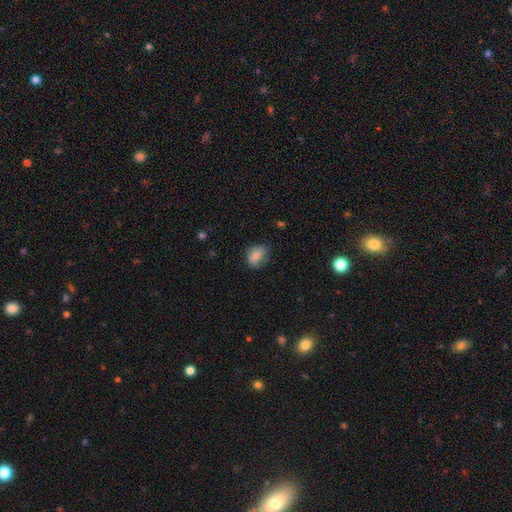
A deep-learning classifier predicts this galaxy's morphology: smooth-or-featured: smooth: 79% | featured or disk: 12% | star or artifact: 8%
  how-rounded: in between: 76% | round: 22% | cigar-shaped: 2%
  merging: none: 65% | minor disturbance: 26% | major disturbance: 7% | merger: 1%